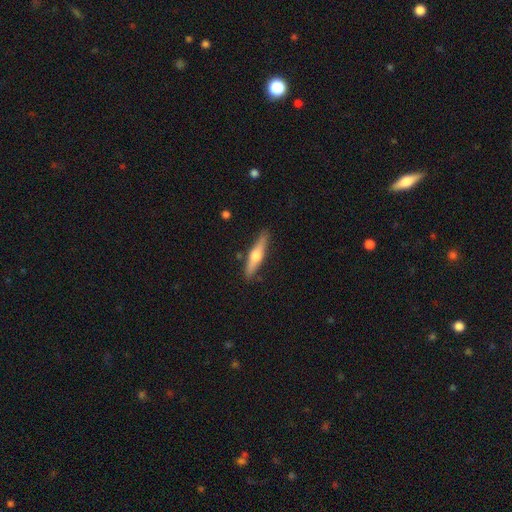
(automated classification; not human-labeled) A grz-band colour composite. It shows a featured or disk galaxy (54%) viewed edge-on (94%) with a rounded central bulge (92%). Merging: none (86%).